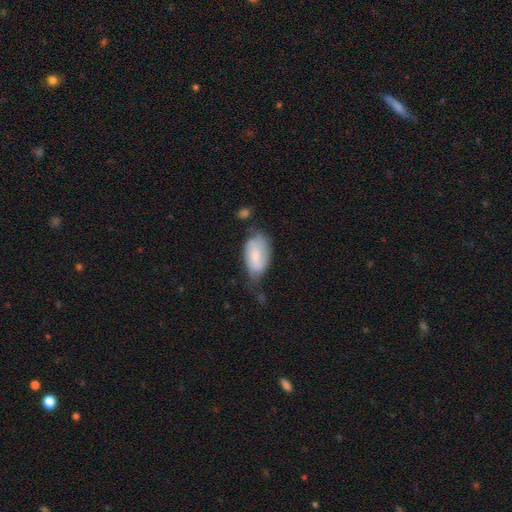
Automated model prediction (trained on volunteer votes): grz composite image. It shows a smooth galaxy with no disk features (69%) that is in between round and cigar-shaped (93%). Merging: minor disturbance (41%).